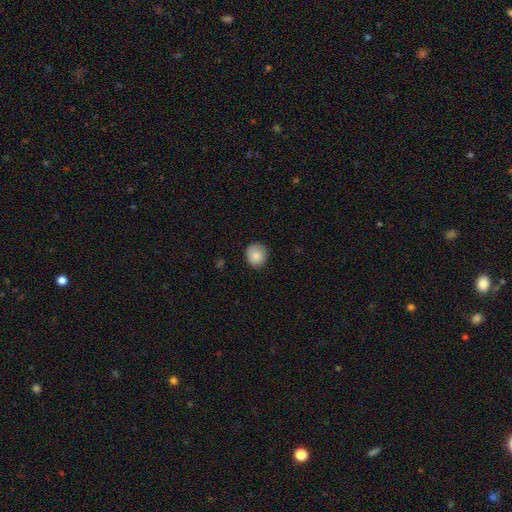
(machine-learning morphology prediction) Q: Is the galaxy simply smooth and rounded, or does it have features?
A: smooth — 84%.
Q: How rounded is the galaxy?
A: round — 86%.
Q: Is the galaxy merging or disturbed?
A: none — 81%.